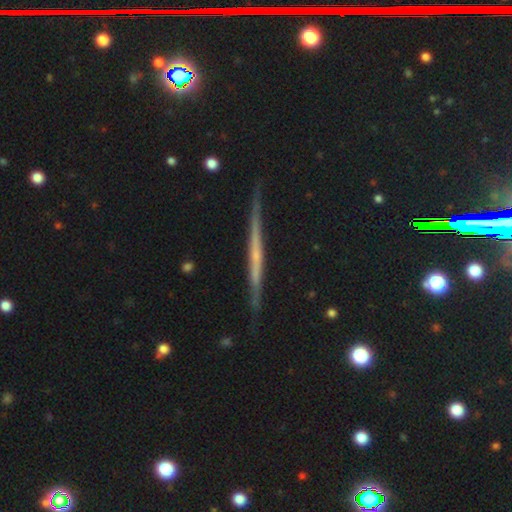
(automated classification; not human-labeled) A featured or disk galaxy (70%) viewed edge-on (97%) with no central bulge (73%). Merging: none (86%).